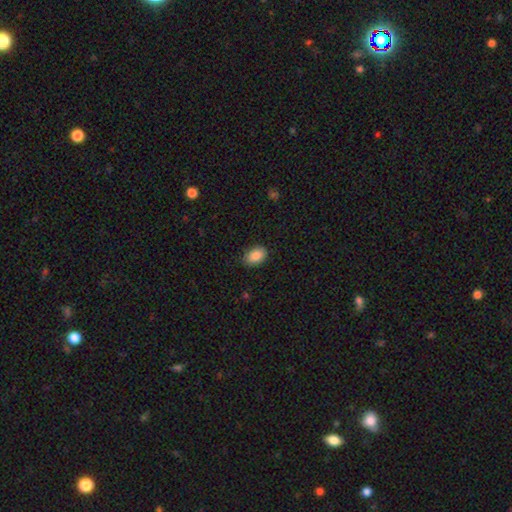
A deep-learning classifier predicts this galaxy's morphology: Q: Smooth or featured?
A: smooth (89%); runner-up: star or artifact (7%)
Q: How rounded?
A: in between (88%); runner-up: round (11%)
Q: Merging?
A: none (84%); runner-up: minor disturbance (13%)